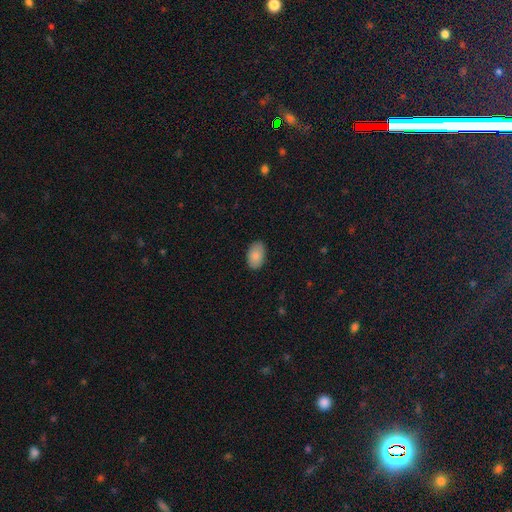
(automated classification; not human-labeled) A smooth galaxy with no disk features (87%) that is in between round and cigar-shaped (92%).

Vote fractions:
- Smooth or featured? smooth: 87% / star or artifact: 7% / featured or disk: 6%
- How rounded? in between: 92% / round: 7% / cigar-shaped: 1%
- Merging? none: 86% / minor disturbance: 10% / major disturbance: 2% / merger: 1%